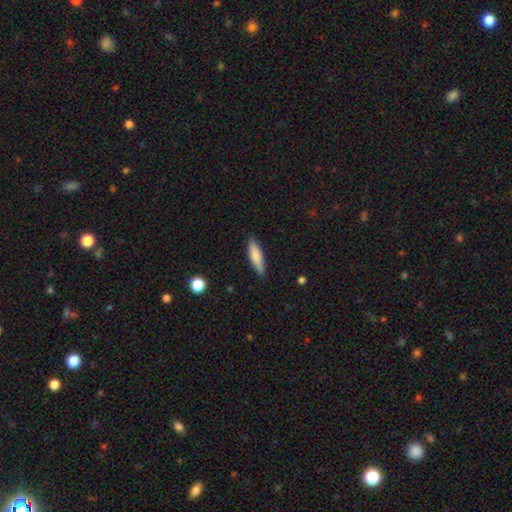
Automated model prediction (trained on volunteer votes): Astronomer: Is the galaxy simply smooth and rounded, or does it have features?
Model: smooth — 79%.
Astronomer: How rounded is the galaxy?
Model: cigar-shaped — 64%.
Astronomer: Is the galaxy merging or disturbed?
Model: none — 83%.